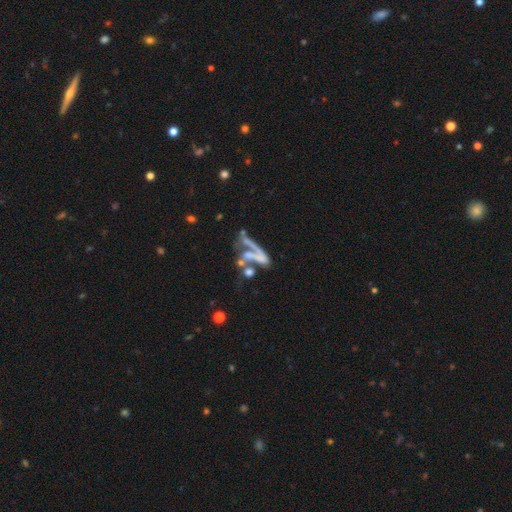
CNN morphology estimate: A featured or disk galaxy (57%). Merging: merger (40%).